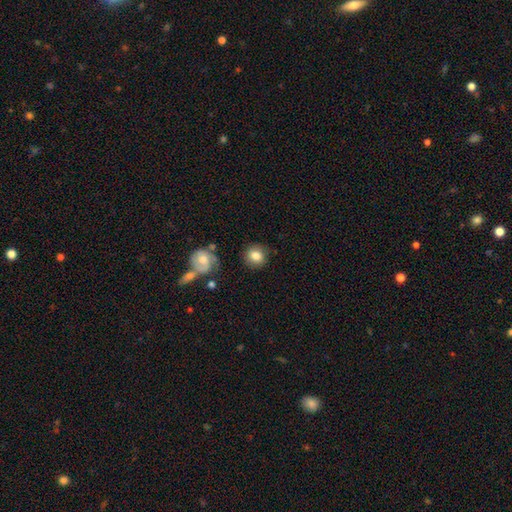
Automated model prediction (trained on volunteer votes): smooth-or-featured: smooth: 82% | featured or disk: 10% | star or artifact: 8%
  how-rounded: round: 88% | in between: 11% | cigar-shaped: 1%
  merging: none: 84% | minor disturbance: 10% | merger: 3% | major disturbance: 3%